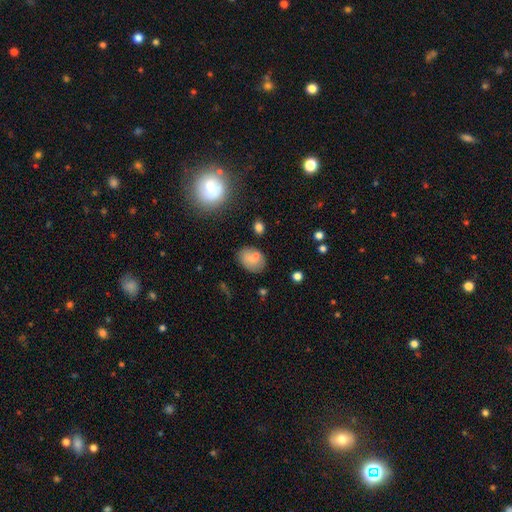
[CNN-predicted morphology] Overall: smooth (66%). How rounded: in between (59%; round 40%). Merging: none (73%).